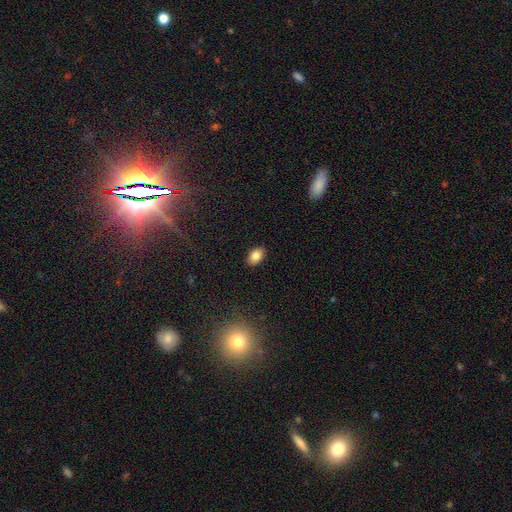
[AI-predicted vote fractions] Smooth or featured?
  - smooth: 84% *
  - star or artifact: 9%
  - featured or disk: 7%
How rounded?
  - in between: 87% *
  - round: 11%
  - cigar-shaped: 1%
Merging?
  - none: 88% *
  - minor disturbance: 9%
  - major disturbance: 2%
  - merger: 1%